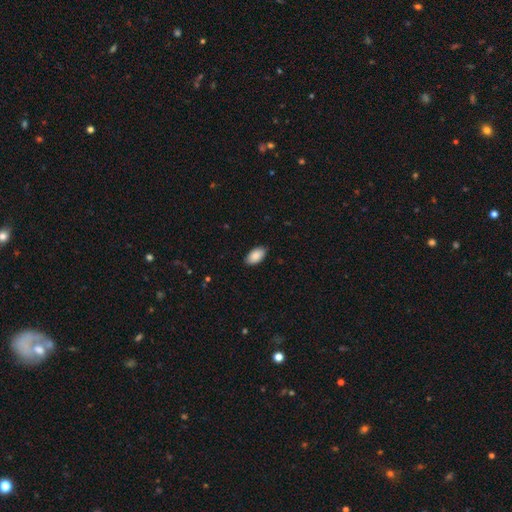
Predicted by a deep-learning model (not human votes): Smooth or featured? smooth (89%)
How rounded? in between (95%)
Merging? none (87%)